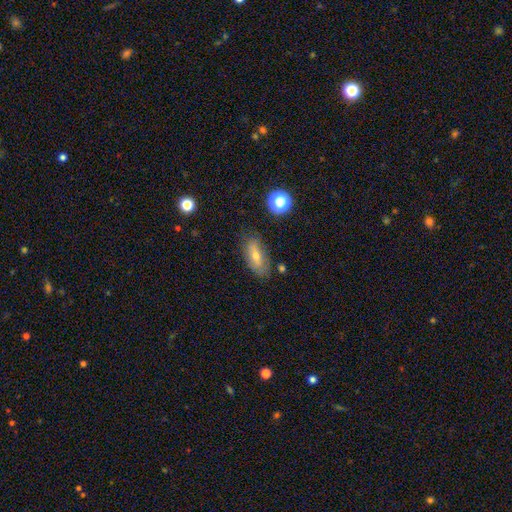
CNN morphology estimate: Smooth or featured: smooth — 54% (featured or disk — 35%)
How rounded: in between — 77% (cigar-shaped — 18%)
Merging: none — 76% (minor disturbance — 17%)